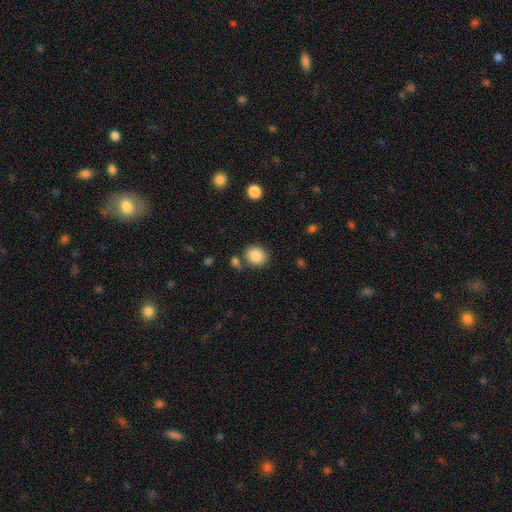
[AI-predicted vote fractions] smooth-or-featured: smooth: 87% | star or artifact: 8% | featured or disk: 4%
  how-rounded: round: 70% | in between: 30% | cigar-shaped: 1%
  merging: none: 76% | minor disturbance: 12% | merger: 9% | major disturbance: 4%